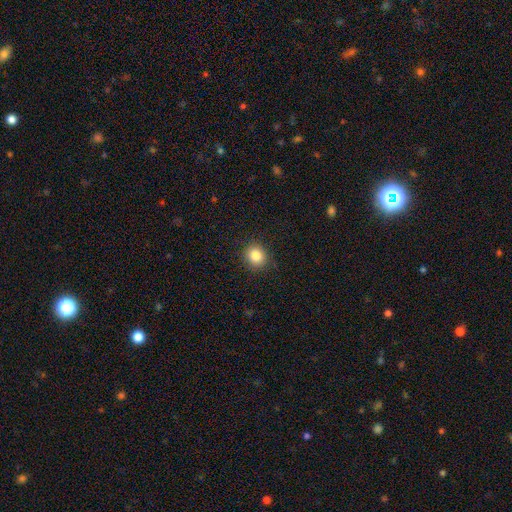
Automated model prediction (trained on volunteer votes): This appears to be a smooth galaxy with no disk features (84%) that is round (86%). Merging: none (89%).